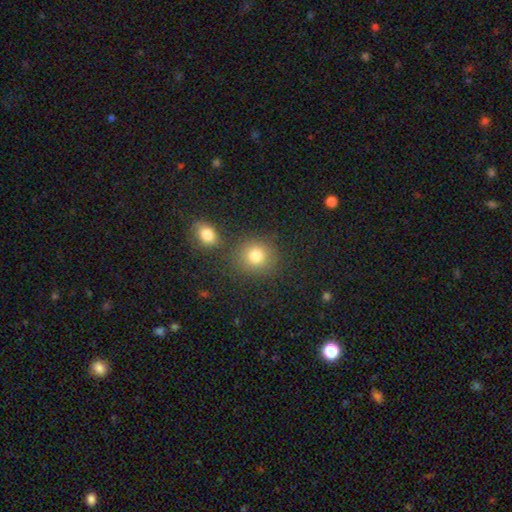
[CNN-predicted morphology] Smooth or featured: smooth — 80% (star or artifact — 13%)
How rounded: round — 83% (in between — 16%)
Merging: none — 76% (merger — 11%)